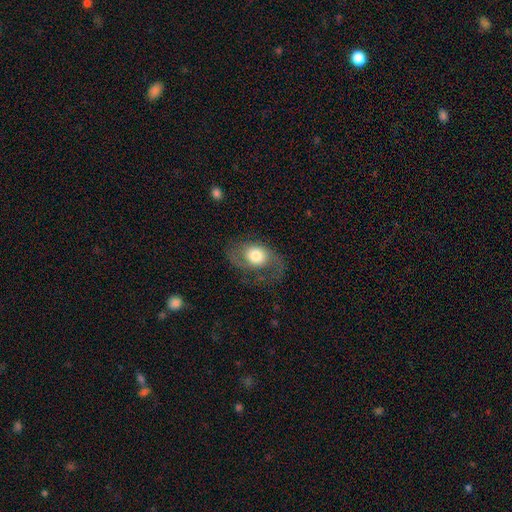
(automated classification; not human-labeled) Overall: featured or disk (53%; smooth 39%). Edge-on disk: no (95%). Bar: no (77%). Spiral arms: yes (79%). Bulge size: large (42%; moderate 41%). Merging: none (59%; major disturbance 20%).